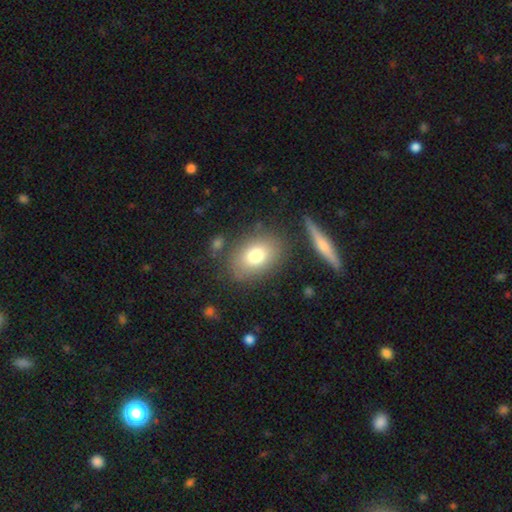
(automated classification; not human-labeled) A smooth galaxy with no disk features (76%) that is in between round and cigar-shaped (68%). Merging: none (79%).